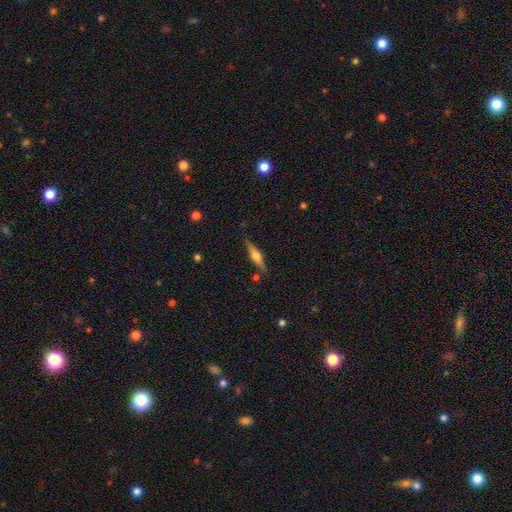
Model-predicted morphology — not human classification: Overall: featured or disk (66%; smooth 27%). Edge-on disk: yes (97%). Edge-on bulge: rounded (90%). Merging: none (85%).